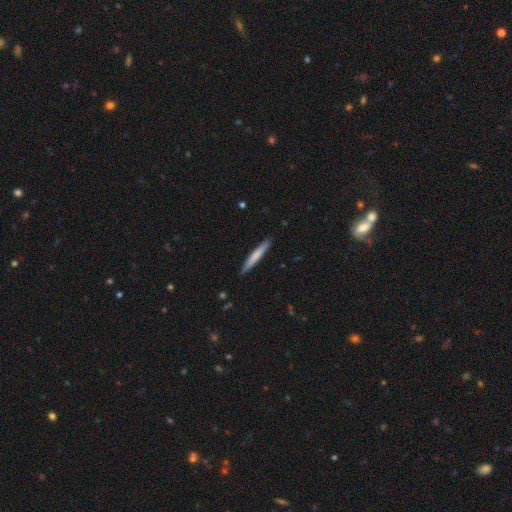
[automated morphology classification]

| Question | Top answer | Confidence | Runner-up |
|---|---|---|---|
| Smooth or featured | smooth | 68% | featured or disk (27%) |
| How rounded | cigar-shaped | 96% | in between (3%) |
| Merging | none | 91% | minor disturbance (7%) |